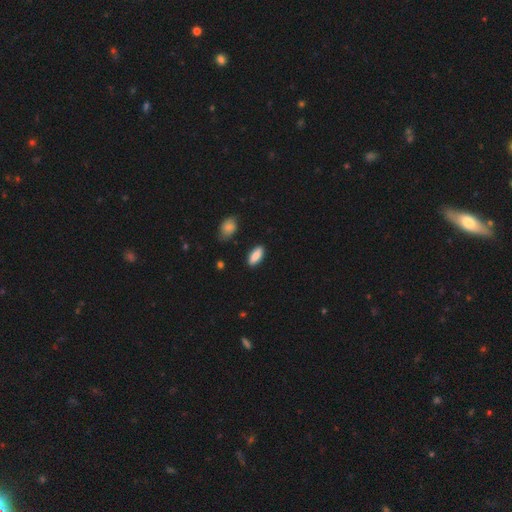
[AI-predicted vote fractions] This appears to be a smooth galaxy with no disk features (87%) that is in between round and cigar-shaped (81%). Merging: none (85%).